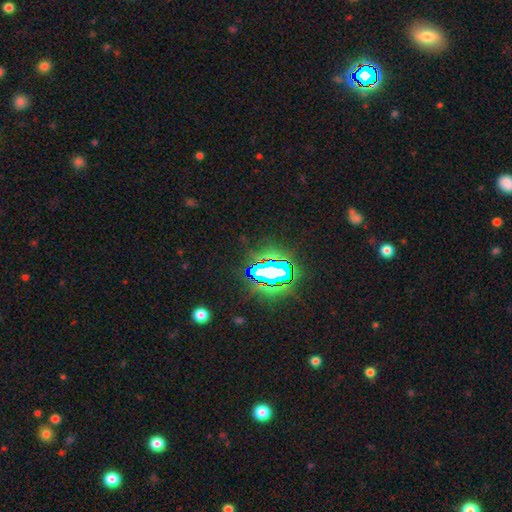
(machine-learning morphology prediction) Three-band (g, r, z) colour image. It shows a star or artifact, not a galaxy (78%).